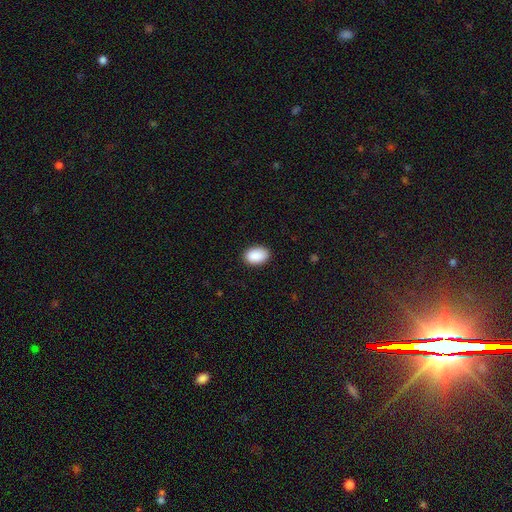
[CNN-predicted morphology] This is clearly a smooth galaxy (91%). How rounded: clearly in between (89%). Merging: clearly none (88%).